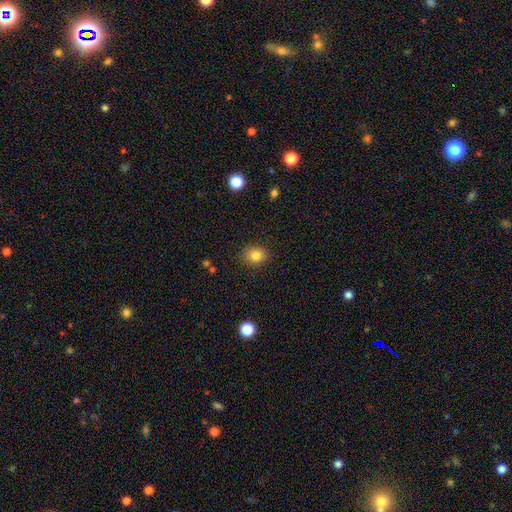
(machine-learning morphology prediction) Smooth or featured? smooth (83%)
How rounded? round (64%)
Merging? none (86%)